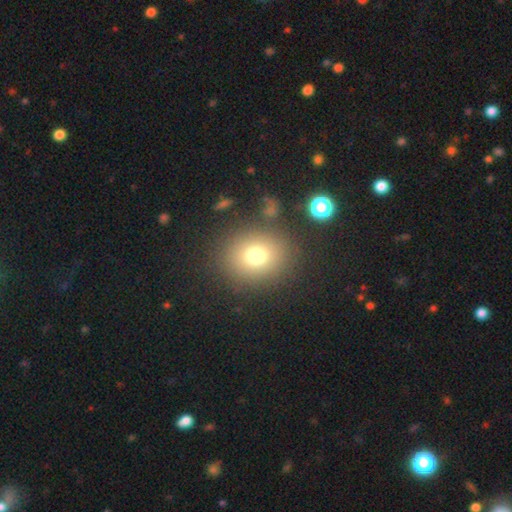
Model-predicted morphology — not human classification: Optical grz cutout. It shows a smooth galaxy with no disk features (73%) that is round (72%). Merging: none (82%).